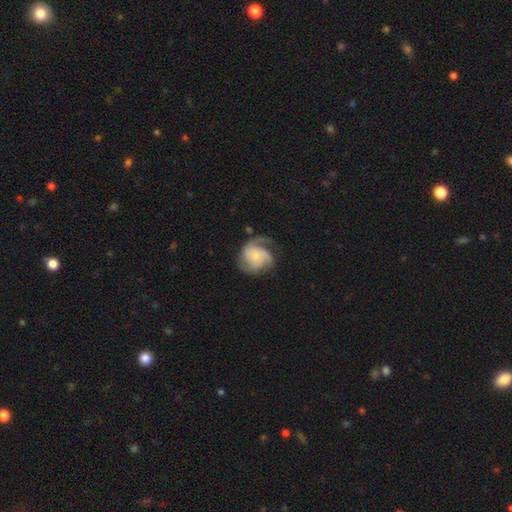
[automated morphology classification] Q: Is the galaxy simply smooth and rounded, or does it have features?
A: featured or disk — 79%.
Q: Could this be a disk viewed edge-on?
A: no — 98%.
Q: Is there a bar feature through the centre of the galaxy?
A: no — 71%.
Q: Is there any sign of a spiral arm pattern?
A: yes — 95%.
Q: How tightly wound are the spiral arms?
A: medium — 44%.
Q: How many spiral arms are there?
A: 3 — 41%.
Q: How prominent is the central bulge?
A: small — 61%.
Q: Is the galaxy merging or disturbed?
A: none — 59%.